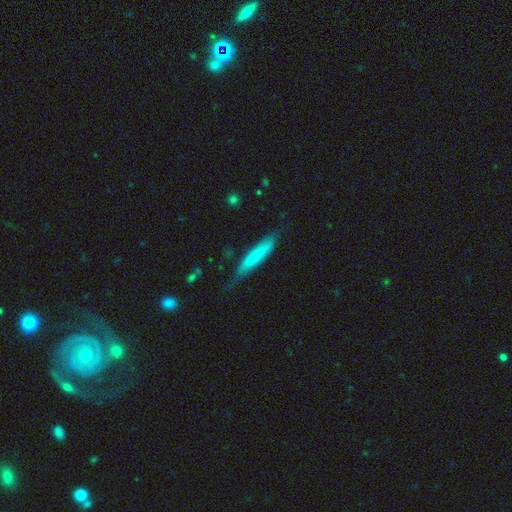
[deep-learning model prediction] Smooth or featured? Predicted: smooth (p=0.55). How rounded? Predicted: cigar-shaped (p=0.86). Merging? Predicted: none (p=0.70).